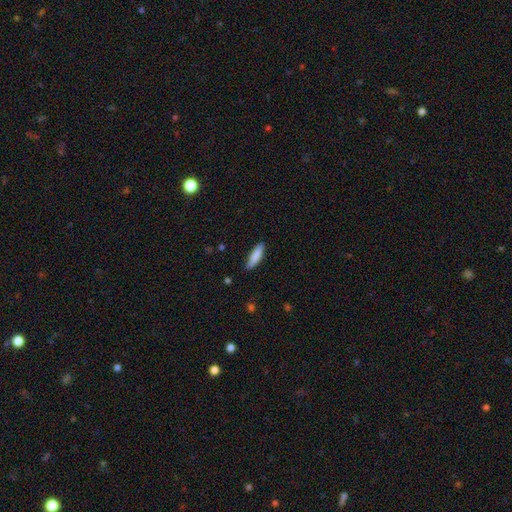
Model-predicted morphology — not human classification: A smooth galaxy with no disk features (85%) that is cigar-shaped (68%).

Vote fractions:
- Smooth or featured? smooth: 85% / featured or disk: 9% / star or artifact: 6%
- How rounded? cigar-shaped: 68% / in between: 30% / round: 1%
- Merging? none: 84% / minor disturbance: 13% / major disturbance: 2% / merger: 1%